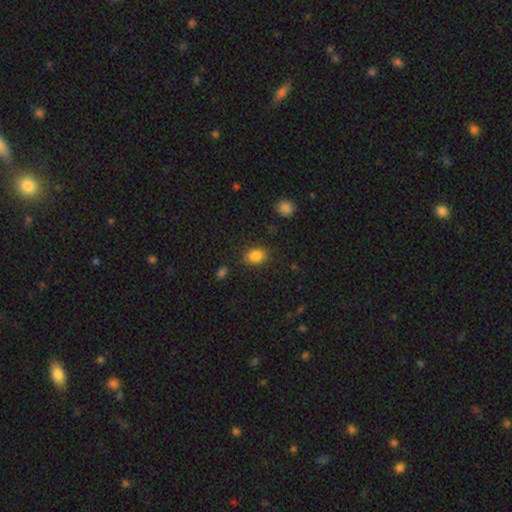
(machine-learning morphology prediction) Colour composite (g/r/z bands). It shows a smooth galaxy with no disk features (85%) that is in between round and cigar-shaped (60%). Merging: none (83%).